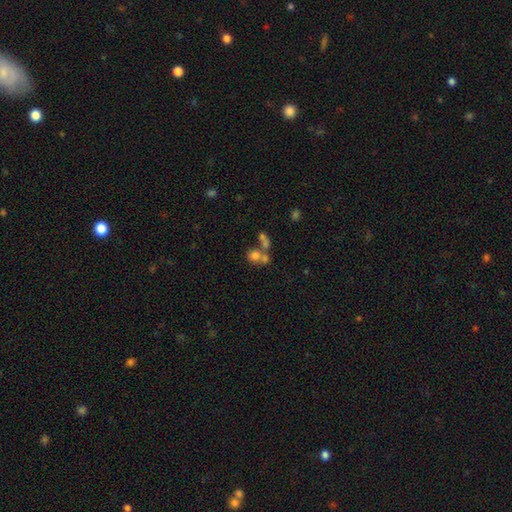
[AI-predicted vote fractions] Smooth or featured? Predicted: smooth (p=0.66). How rounded? Predicted: round (p=0.71). Merging? Predicted: merger (p=0.52).